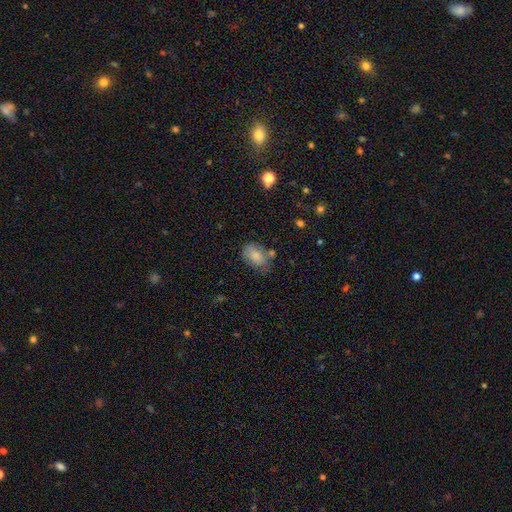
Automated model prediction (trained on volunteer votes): Morphology: type=smooth (81%); roundness=in between (82%); merging=none (57%).